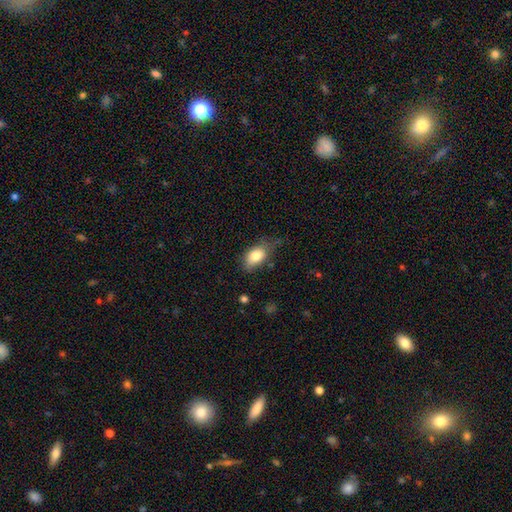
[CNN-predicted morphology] smooth 81%, featured or disk 12%, star or artifact 8%. Down the decision tree: how rounded — in between (88%); merging — none (54%).